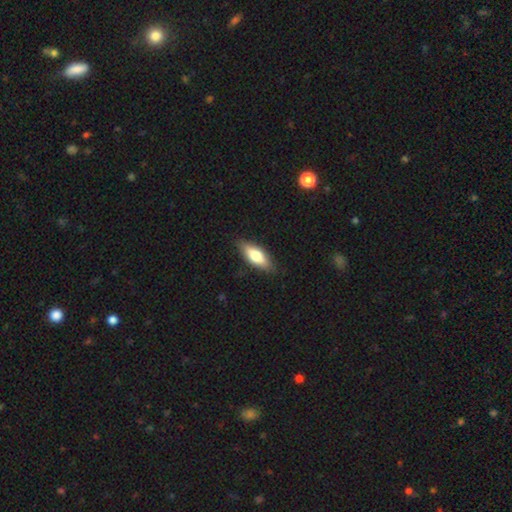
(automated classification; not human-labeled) smooth-or-featured: smooth: 66% | featured or disk: 28% | star or artifact: 6%
  how-rounded: in between: 69% | cigar-shaped: 28% | round: 3%
  merging: none: 86% | minor disturbance: 11% | major disturbance: 2% | merger: 1%